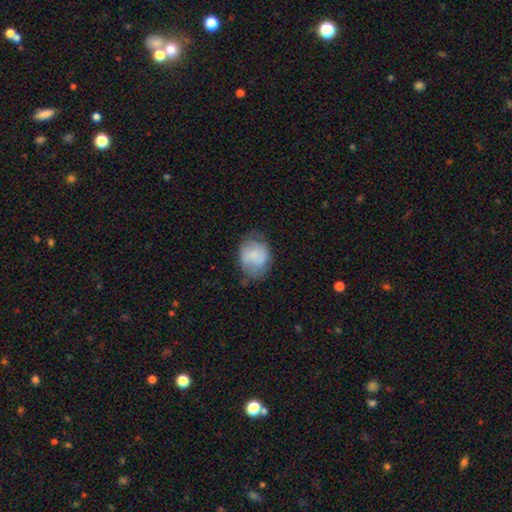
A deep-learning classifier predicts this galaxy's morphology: Smooth or featured?
  - smooth: 72% *
  - featured or disk: 20%
  - star or artifact: 8%
How rounded?
  - round: 53% *
  - in between: 46%
  - cigar-shaped: 1%
Merging?
  - none: 55% *
  - minor disturbance: 30%
  - major disturbance: 12%
  - merger: 2%